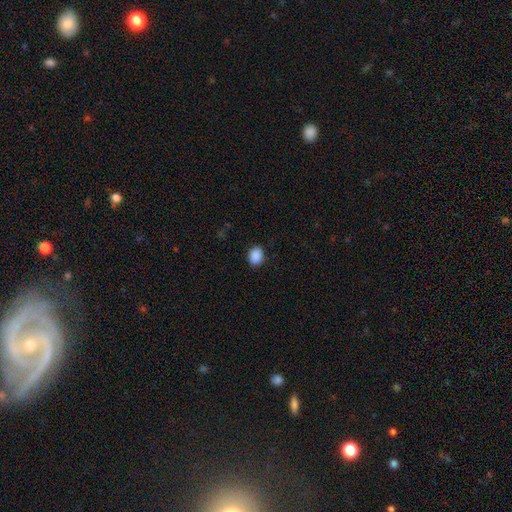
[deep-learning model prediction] smooth_or_featured: smooth (p=0.90) [alt: star or artifact p=0.08]
how_rounded: in between (p=0.53) [alt: round p=0.46]
merging: none (p=0.89) [alt: minor disturbance p=0.08]